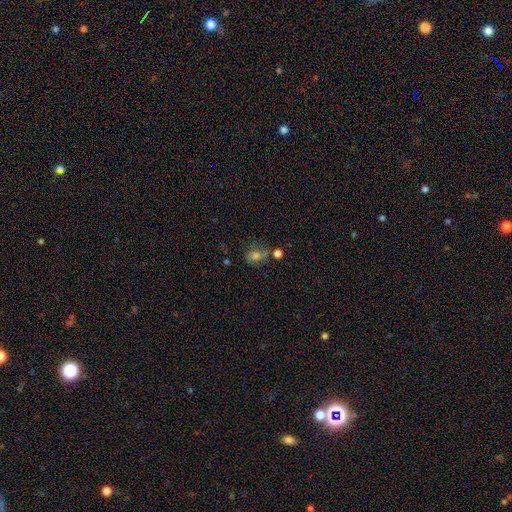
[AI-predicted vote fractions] smooth-or-featured: smooth: 62% | featured or disk: 19% | star or artifact: 19%
  how-rounded: round: 62% | in between: 37% | cigar-shaped: 1%
  merging: none: 48% | minor disturbance: 22% | merger: 18% | major disturbance: 13%